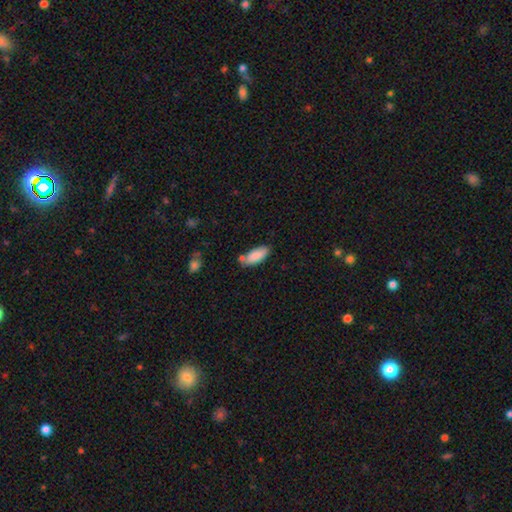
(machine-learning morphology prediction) smooth_or_featured: smooth (p=0.86) [alt: featured or disk p=0.07]
how_rounded: in between (p=0.82) [alt: cigar-shaped p=0.17]
merging: none (p=0.69) [alt: minor disturbance p=0.17]